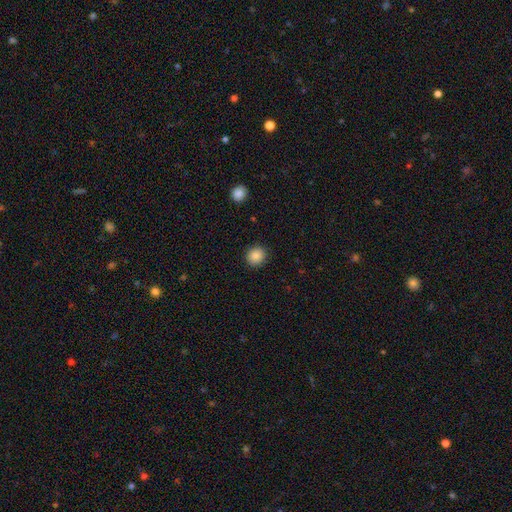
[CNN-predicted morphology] Q: Smooth or featured?
A: smooth (87%); runner-up: star or artifact (9%)
Q: How rounded?
A: round (86%); runner-up: in between (13%)
Q: Merging?
A: none (90%); runner-up: minor disturbance (7%)